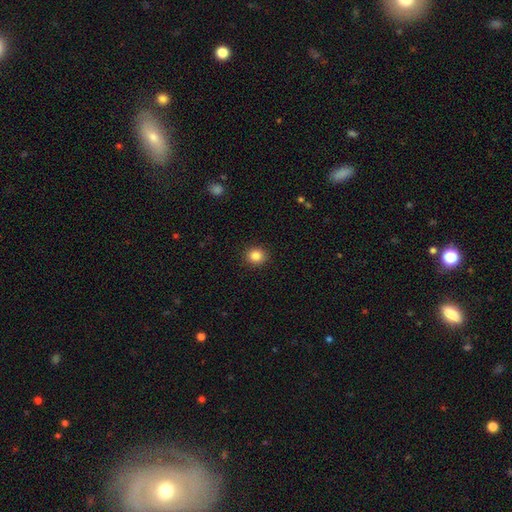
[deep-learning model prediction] Smooth or featured? Predicted: smooth (p=0.86). How rounded? Predicted: round (p=0.84). Merging? Predicted: none (p=0.91).